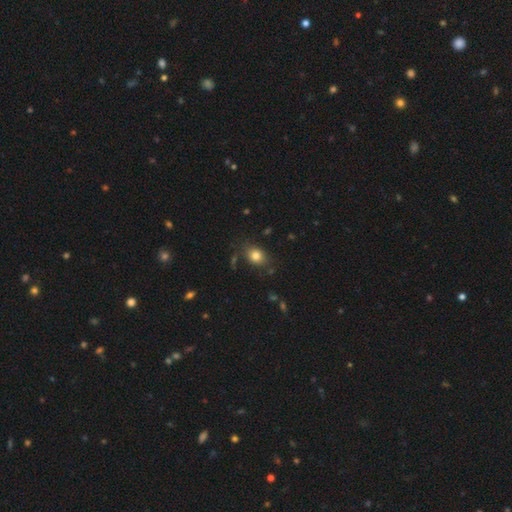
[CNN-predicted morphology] A smooth galaxy with no disk features (81%) that is in between round and cigar-shaped (61%).

Vote fractions:
- Smooth or featured? smooth: 81% / star or artifact: 11% / featured or disk: 8%
- How rounded? in between: 61% / round: 37% / cigar-shaped: 1%
- Merging? none: 78% / minor disturbance: 14% / major disturbance: 4% / merger: 3%